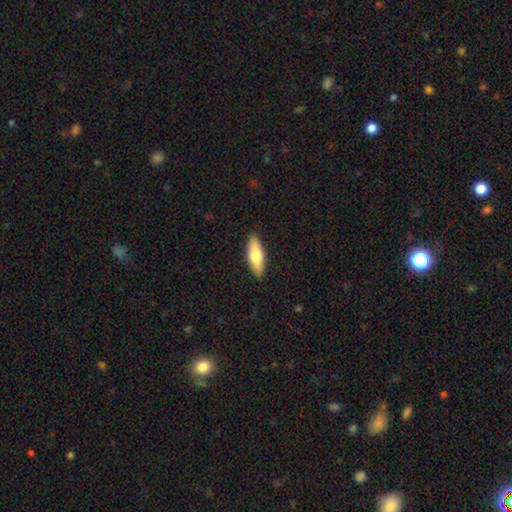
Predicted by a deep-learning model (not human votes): Smooth or featured?
  - smooth: 64% *
  - featured or disk: 31%
  - star or artifact: 5%
How rounded?
  - in between: 52% *
  - cigar-shaped: 46%
  - round: 2%
Merging?
  - none: 90% *
  - minor disturbance: 8%
  - major disturbance: 2%
  - merger: 1%